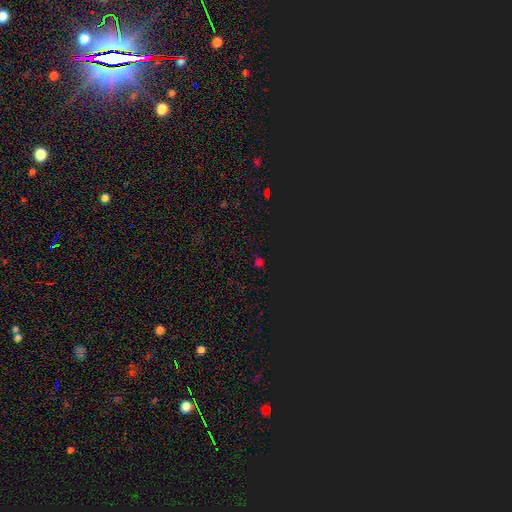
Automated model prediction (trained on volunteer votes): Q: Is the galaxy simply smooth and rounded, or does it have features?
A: star or artifact — 61%.